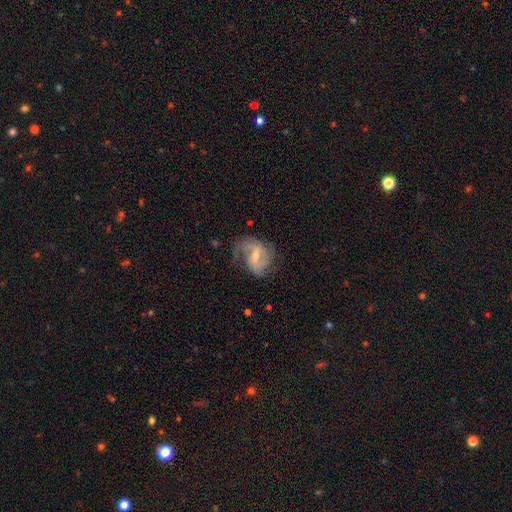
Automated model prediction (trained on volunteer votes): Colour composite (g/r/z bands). It shows a featured or disk galaxy (79%) with a weak bar (53%), 2 (62%) medium (46%) spiral arms (92%) and a small central bulge (47%). Merging: none (56%).